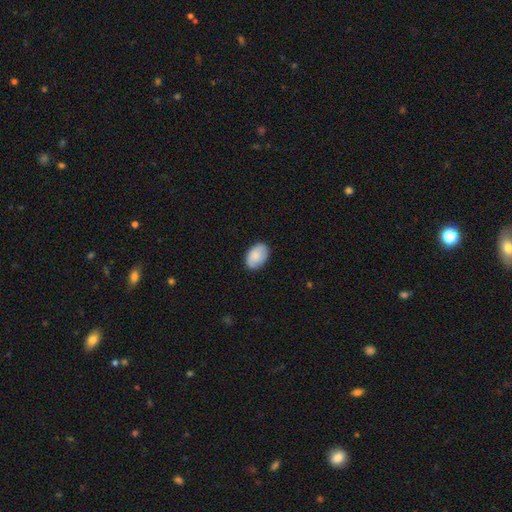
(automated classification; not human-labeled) Smooth or featured? Predicted: smooth (p=0.81). How rounded? Predicted: in between (p=0.88). Merging? Predicted: none (p=0.79).